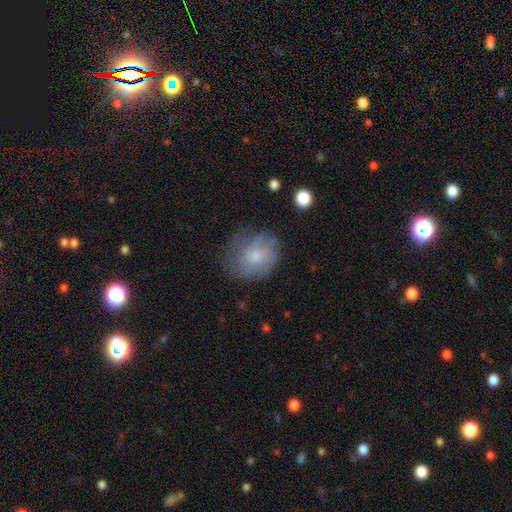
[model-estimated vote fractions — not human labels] Smooth or featured? Predicted: smooth (p=0.53). How rounded? Predicted: round (p=0.62). Merging? Predicted: none (p=0.61).